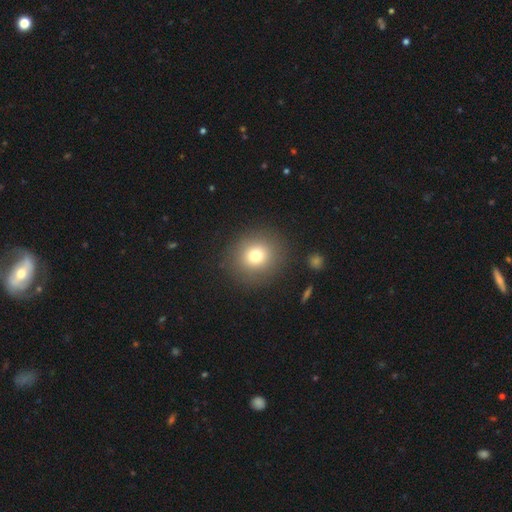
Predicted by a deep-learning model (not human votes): The model was most divided on "smooth or featured": smooth: 76%, star or artifact: 13%, featured or disk: 11%. More confident: merging — none (87%); how rounded — round (85%).